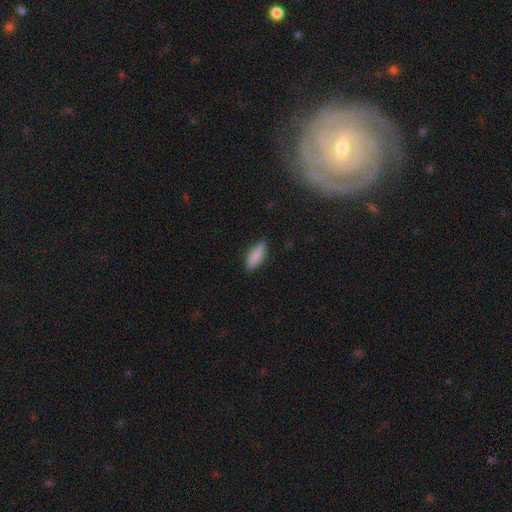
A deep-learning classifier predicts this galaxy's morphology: A smooth galaxy with no disk features (86%) that is in between round and cigar-shaped (60%). Merging: none (84%).